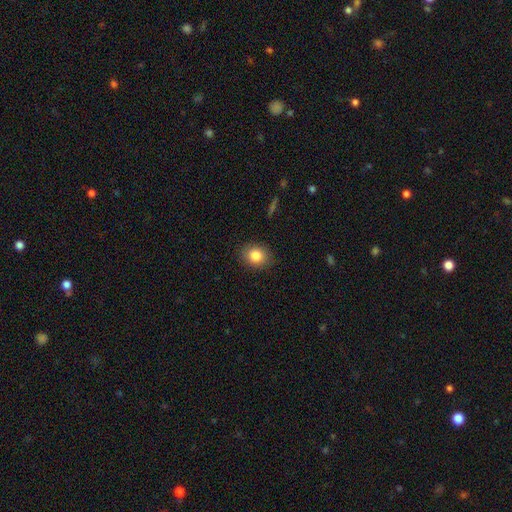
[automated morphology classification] Smooth or featured?
  - smooth: 84% *
  - star or artifact: 9%
  - featured or disk: 7%
How rounded?
  - round: 58% *
  - in between: 41%
  - cigar-shaped: 1%
Merging?
  - none: 87% *
  - minor disturbance: 9%
  - major disturbance: 3%
  - merger: 1%